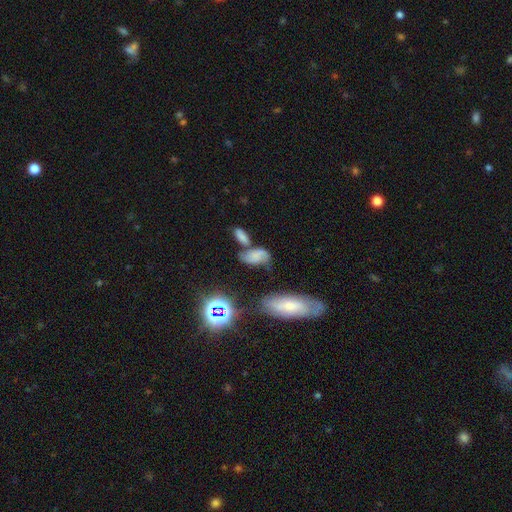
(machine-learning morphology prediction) Smooth or featured? smooth (54%)
How rounded? in between (86%)
Merging? none (44%)